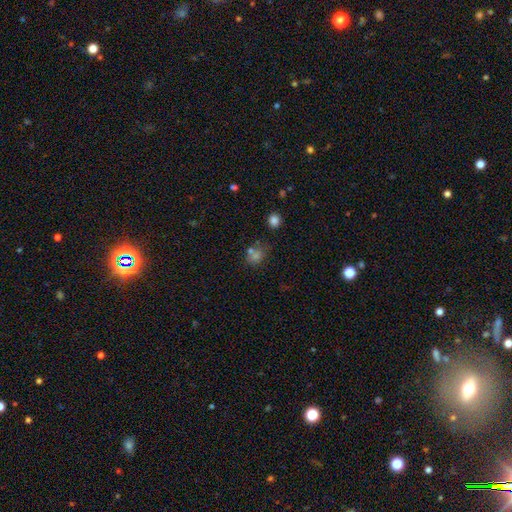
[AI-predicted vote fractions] Smooth or featured? Predicted: smooth (p=0.56). How rounded? Predicted: round (p=0.65). Merging? Predicted: none (p=0.59).